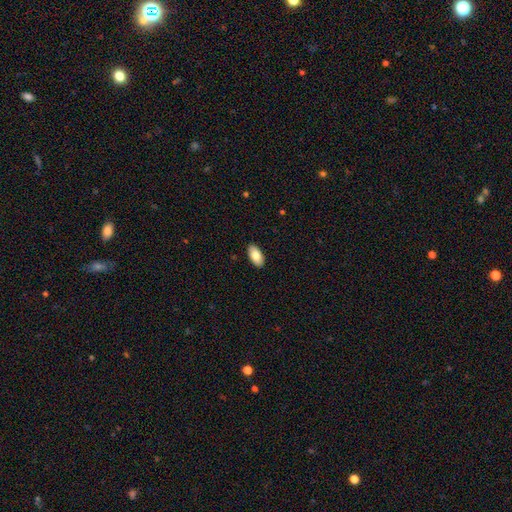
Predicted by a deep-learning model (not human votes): This appears to be a smooth galaxy with no disk features (81%) that is in between round and cigar-shaped (93%). Merging: none (90%).